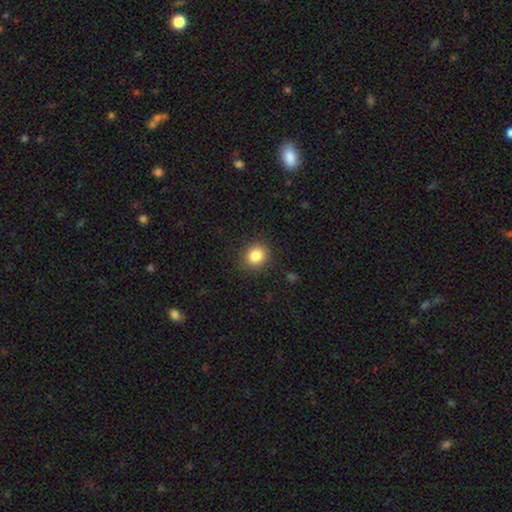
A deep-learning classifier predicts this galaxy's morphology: The model was most divided on "how rounded": round: 83%, in between: 16%, cigar-shaped: 1%. More confident: merging — none (89%); smooth or featured — smooth (85%).